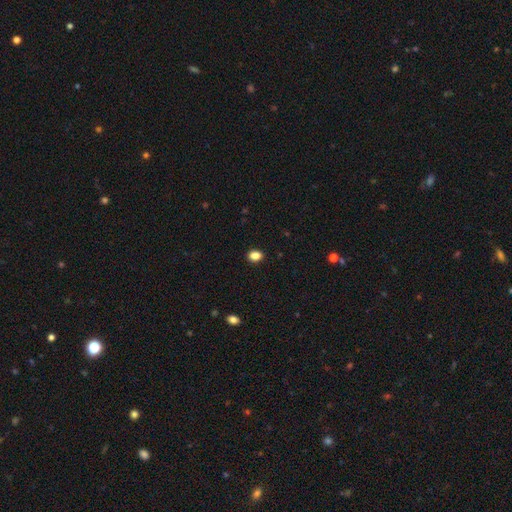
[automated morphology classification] Q: Smooth or featured?
A: smooth (86%); runner-up: star or artifact (10%)
Q: How rounded?
A: in between (63%); runner-up: round (36%)
Q: Merging?
A: none (90%); runner-up: minor disturbance (7%)